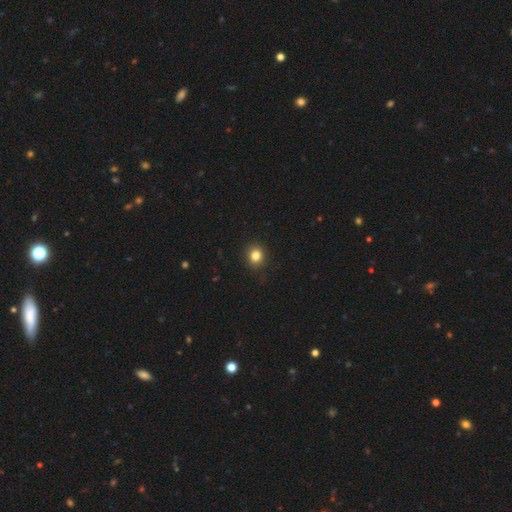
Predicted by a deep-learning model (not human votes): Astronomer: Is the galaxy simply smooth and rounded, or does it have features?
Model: smooth — 83%.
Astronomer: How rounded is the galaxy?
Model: round — 79%.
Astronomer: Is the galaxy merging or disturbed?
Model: none — 89%.